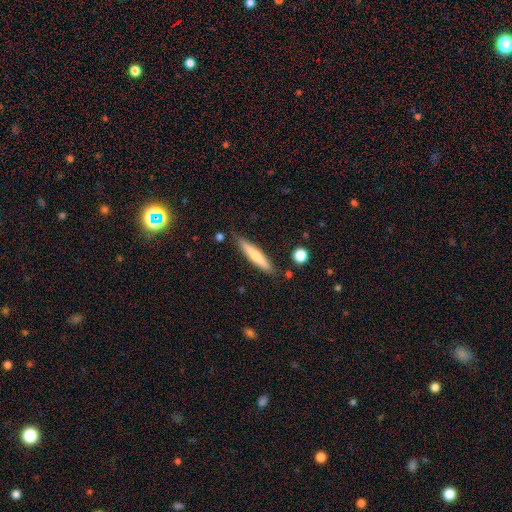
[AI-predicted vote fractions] smooth 68%, featured or disk 26%, star or artifact 6%. Down the decision tree: how rounded — cigar-shaped (92%); merging — none (83%).